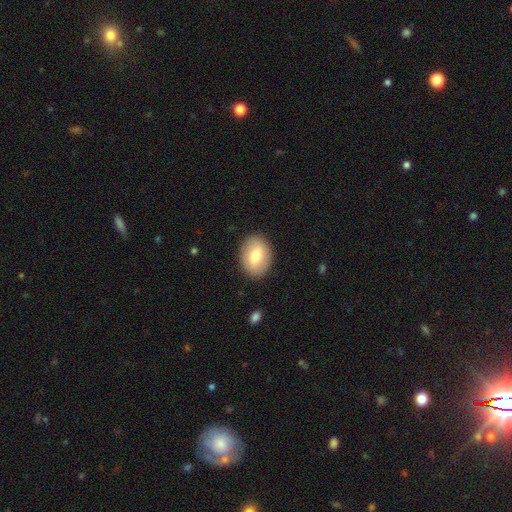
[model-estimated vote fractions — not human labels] This is likely a smooth galaxy (74%). How rounded: likely in between (63%). Merging: clearly none (89%).